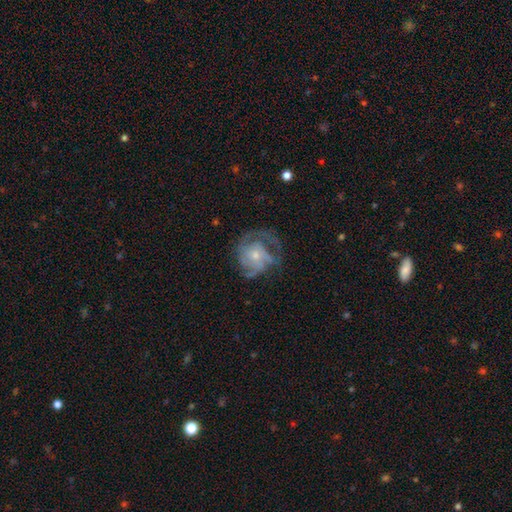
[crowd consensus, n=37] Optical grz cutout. It shows a featured or disk galaxy (76%) with no bar (69%), medium (48%) spiral arms (88%) and a small central bulge (54%). Merging: none (49%).